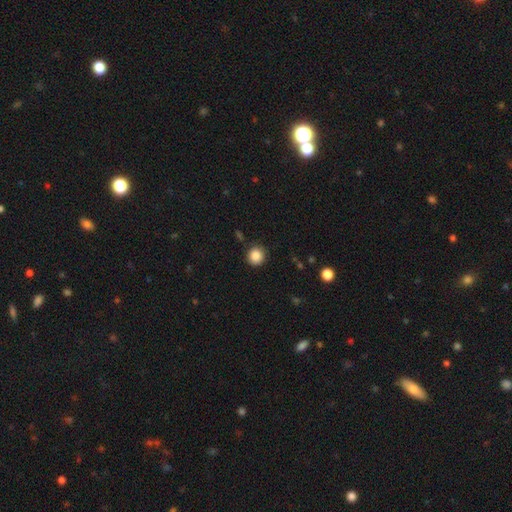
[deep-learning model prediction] This is clearly a smooth galaxy (87%). How rounded: clearly round (92%). Merging: clearly none (87%).